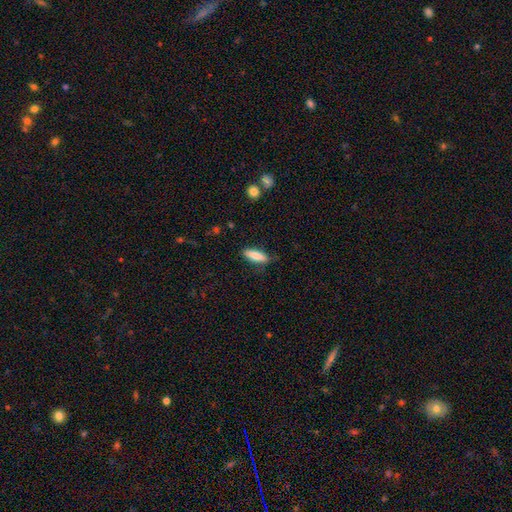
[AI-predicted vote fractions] smooth 82%, featured or disk 12%, star or artifact 6%. Down the decision tree: how rounded — cigar-shaped (52%); merging — none (83%).